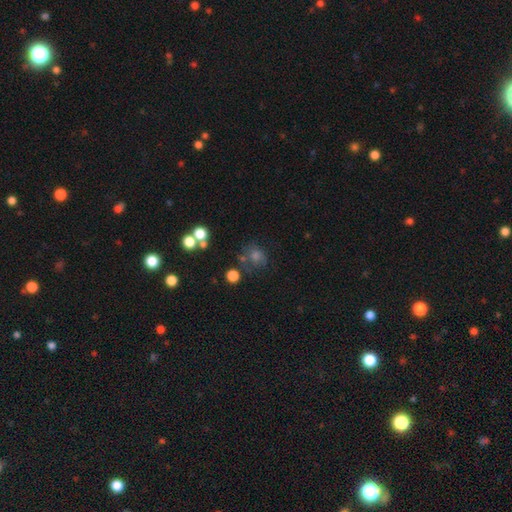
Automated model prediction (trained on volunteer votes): Morphology: type=smooth (60%); roundness=round (80%); merging=none (60%).